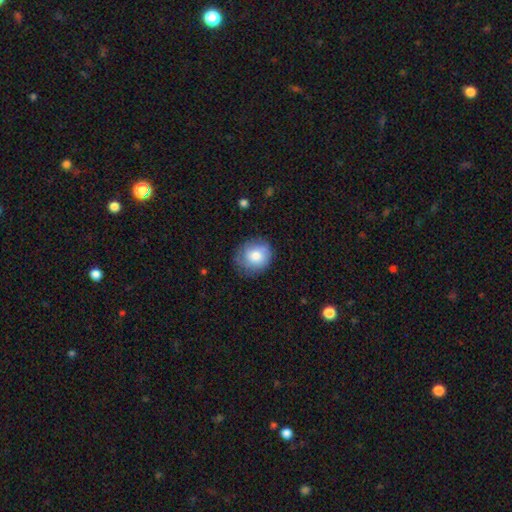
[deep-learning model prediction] smooth_or_featured: smooth (p=0.70) [alt: featured or disk p=0.23]
how_rounded: round (p=0.75) [alt: in between p=0.24]
merging: none (p=0.72) [alt: minor disturbance p=0.21]